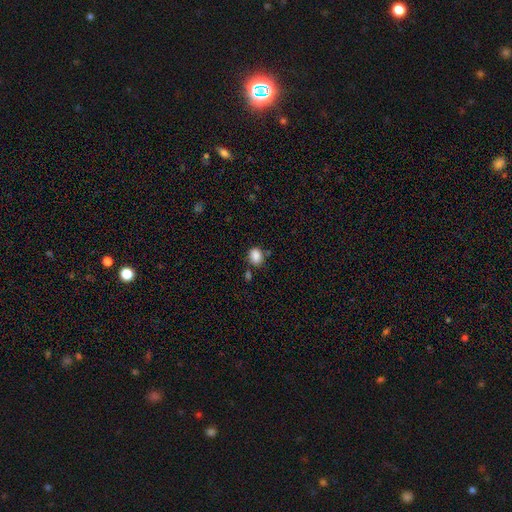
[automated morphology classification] Smooth or featured? Predicted: smooth (p=0.87). How rounded? Predicted: round (p=0.54). Merging? Predicted: none (p=0.71).